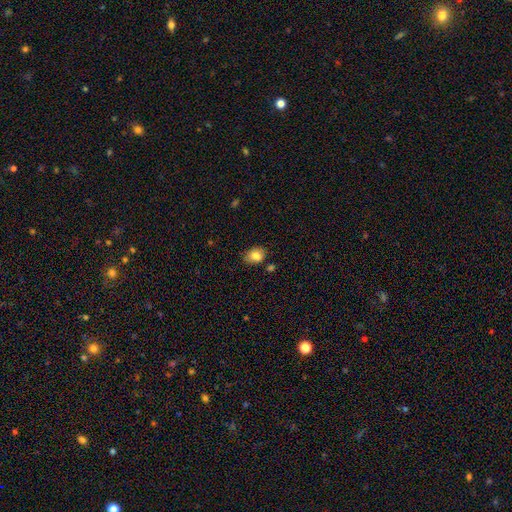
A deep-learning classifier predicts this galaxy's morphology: Smooth or featured?
  - smooth: 83% *
  - star or artifact: 9%
  - featured or disk: 8%
How rounded?
  - in between: 67% *
  - round: 32%
  - cigar-shaped: 1%
Merging?
  - none: 75% *
  - minor disturbance: 18%
  - merger: 5%
  - major disturbance: 3%